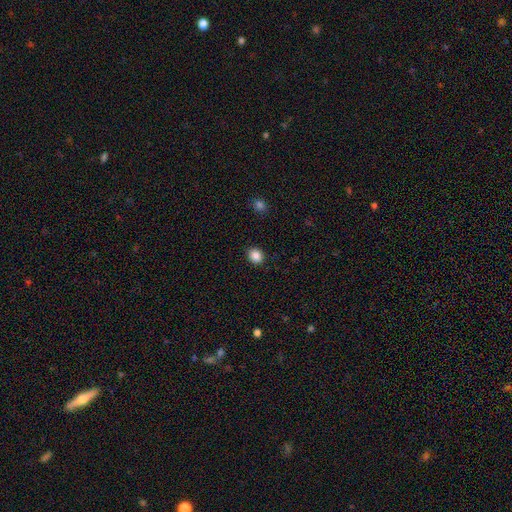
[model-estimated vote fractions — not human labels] This is clearly a smooth galaxy (86%). How rounded: likely round (67%). Merging: clearly none (91%).